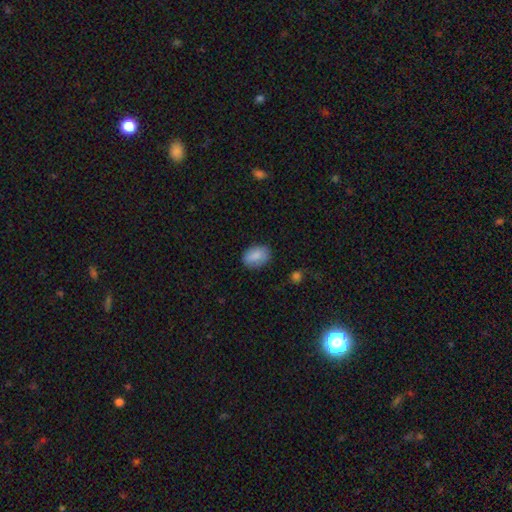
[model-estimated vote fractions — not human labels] A smooth galaxy with no disk features (84%) that is in between round and cigar-shaped (82%).

Vote fractions:
- Smooth or featured? smooth: 84% / featured or disk: 9% / star or artifact: 8%
- How rounded? in between: 82% / round: 16% / cigar-shaped: 1%
- Merging? none: 79% / minor disturbance: 16% / major disturbance: 4% / merger: 1%